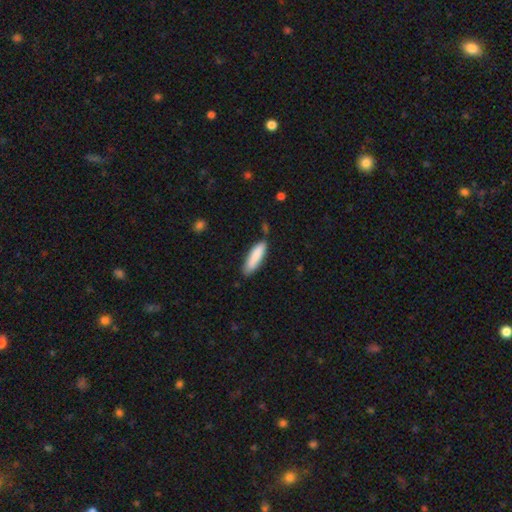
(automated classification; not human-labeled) Smooth or featured? smooth (85%)
How rounded? cigar-shaped (66%)
Merging? none (76%)